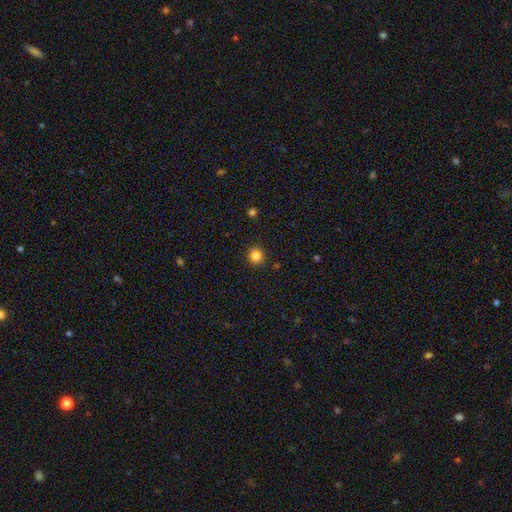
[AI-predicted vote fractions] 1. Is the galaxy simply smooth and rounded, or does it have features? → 84% smooth, 12% star or artifact, 4% featured or disk.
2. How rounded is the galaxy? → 90% round, 9% in between, 1% cigar-shaped.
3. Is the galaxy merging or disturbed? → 91% none, 6% minor disturbance, 2% major disturbance, 1% merger.